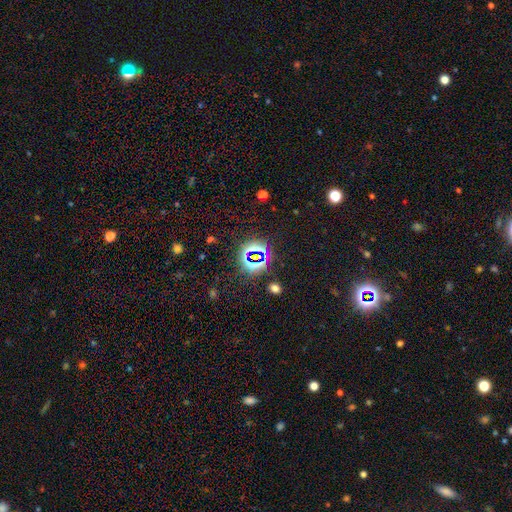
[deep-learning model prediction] Smooth or featured? Predicted: star or artifact (p=0.75).